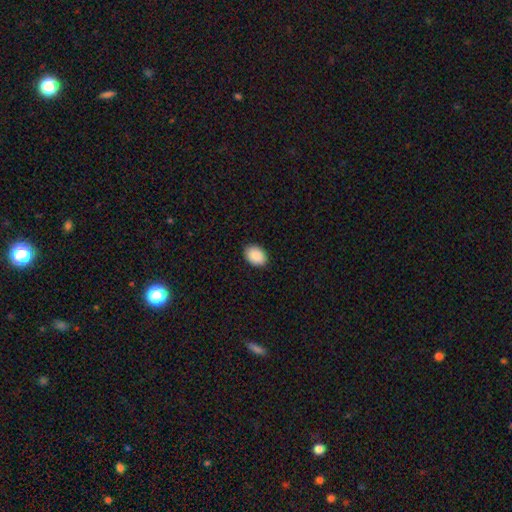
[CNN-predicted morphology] smooth 90%, star or artifact 7%, featured or disk 3%. Down the decision tree: how rounded — in between (81%); merging — none (89%).